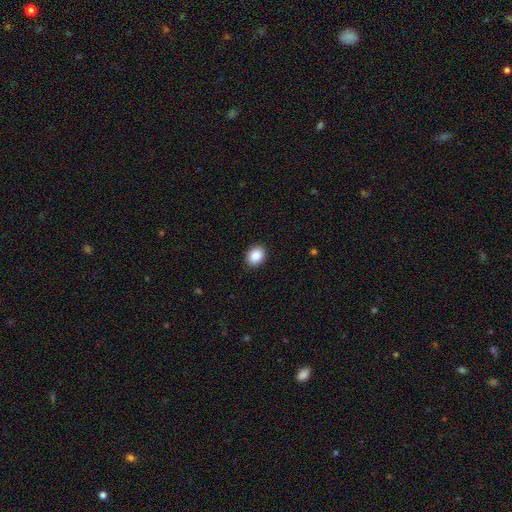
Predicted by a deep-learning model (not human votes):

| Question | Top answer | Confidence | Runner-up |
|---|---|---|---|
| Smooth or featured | smooth | 90% | star or artifact (8%) |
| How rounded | in between | 57% | round (43%) |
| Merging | none | 90% | minor disturbance (7%) |